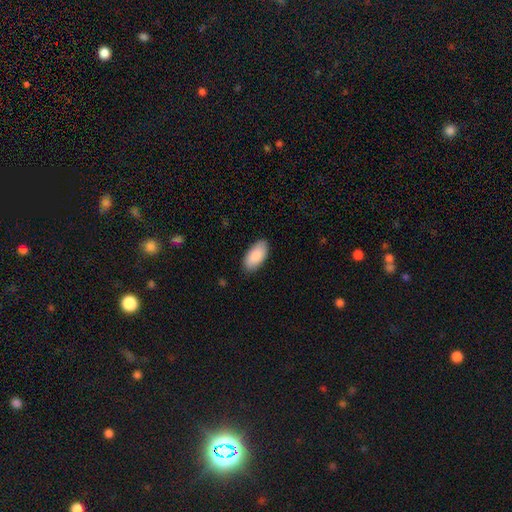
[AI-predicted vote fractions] smooth_or_featured: smooth (p=0.89) [alt: star or artifact p=0.06]
how_rounded: in between (p=0.94) [alt: cigar-shaped p=0.04]
merging: none (p=0.86) [alt: minor disturbance p=0.11]